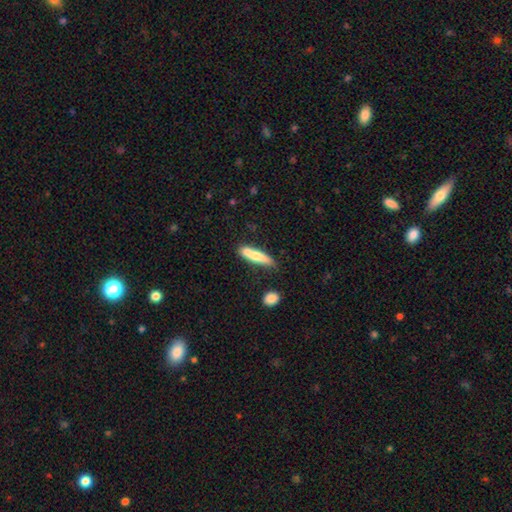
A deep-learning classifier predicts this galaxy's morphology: Smooth or featured? Predicted: smooth (p=0.66). How rounded? Predicted: cigar-shaped (p=0.78). Merging? Predicted: none (p=0.61).